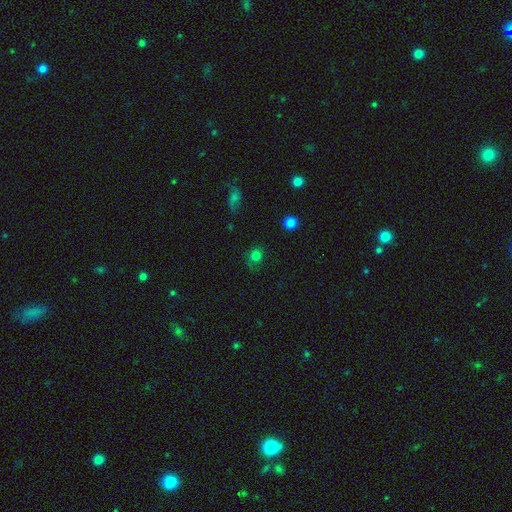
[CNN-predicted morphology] The model was most divided on "smooth or featured": smooth: 78%, star or artifact: 17%, featured or disk: 5%. More confident: how rounded — round (87%); merging — none (83%).